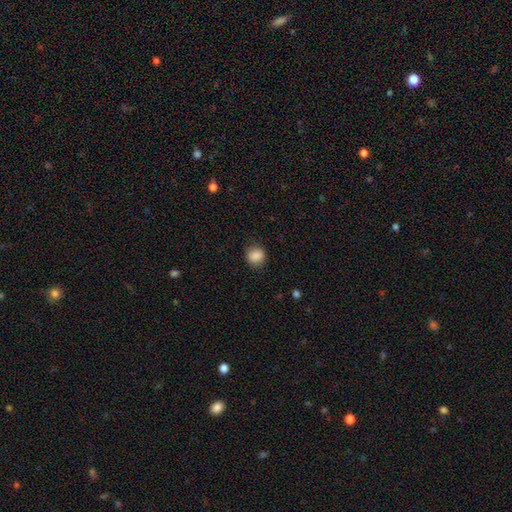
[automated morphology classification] Smooth or featured: smooth — 87% (star or artifact — 9%)
How rounded: round — 84% (in between — 15%)
Merging: none — 87% (minor disturbance — 9%)